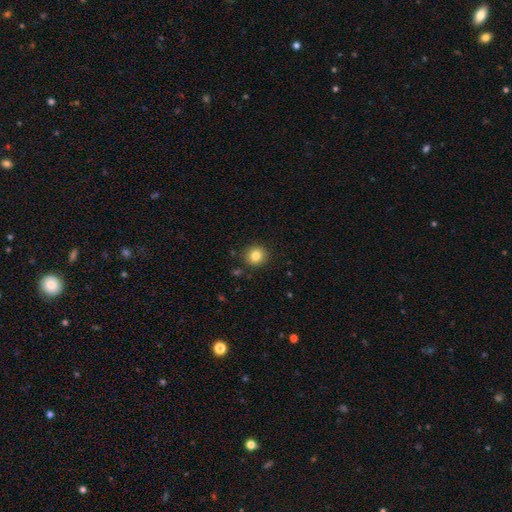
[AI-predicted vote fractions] smooth 83%, star or artifact 11%, featured or disk 7%. Down the decision tree: how rounded — round (89%); merging — none (89%).